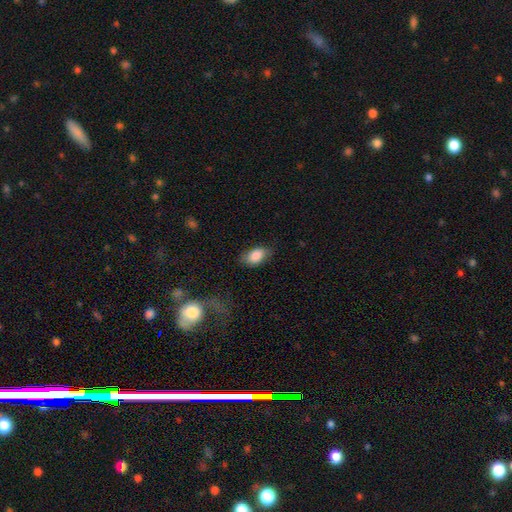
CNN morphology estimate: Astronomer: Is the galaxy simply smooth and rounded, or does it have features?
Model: smooth — 86%.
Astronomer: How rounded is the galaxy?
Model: in between — 90%.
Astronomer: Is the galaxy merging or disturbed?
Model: none — 73%.